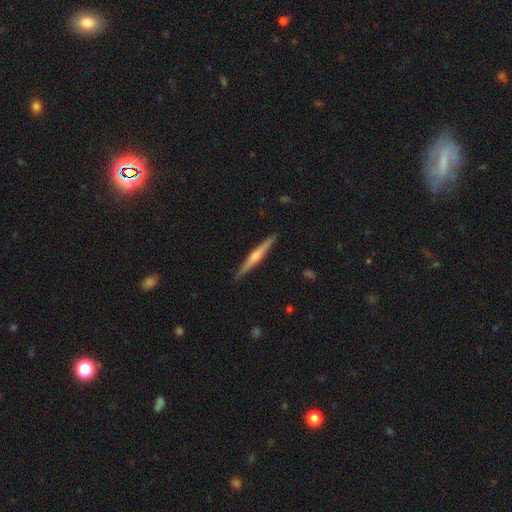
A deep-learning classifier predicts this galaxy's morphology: smooth-or-featured: featured or disk: 68% | smooth: 26% | star or artifact: 5%
  disk-edge-on: yes: 98% | no: 2%
    edge-on-bulge: rounded: 82% | none: 12% | boxy: 6%
  merging: none: 91% | minor disturbance: 7% | major disturbance: 1% | merger: 1%